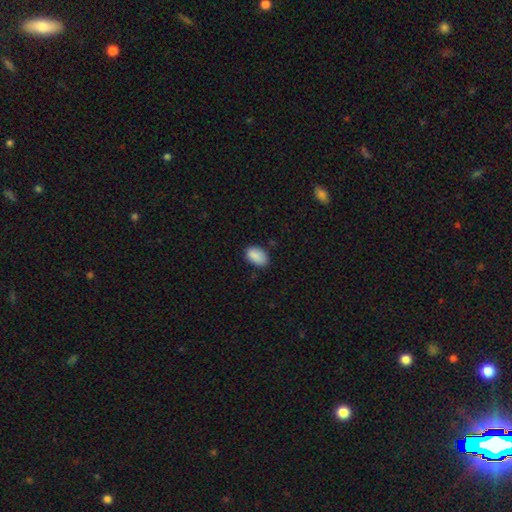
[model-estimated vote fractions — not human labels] Smooth or featured? Predicted: smooth (p=0.89). How rounded? Predicted: in between (p=0.90). Merging? Predicted: none (p=0.79).